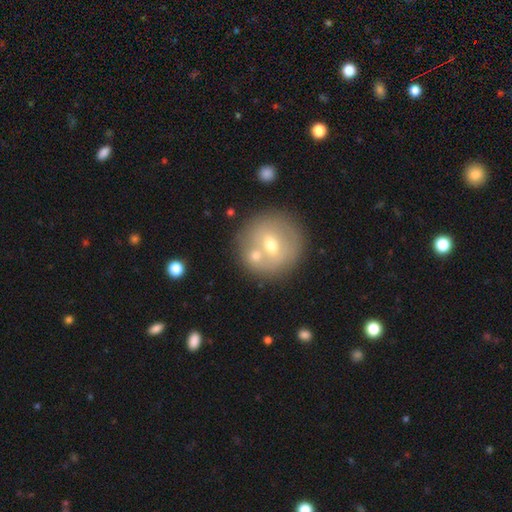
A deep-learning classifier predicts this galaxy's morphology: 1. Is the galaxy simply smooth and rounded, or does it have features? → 54% smooth, 36% featured or disk, 10% star or artifact.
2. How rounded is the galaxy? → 90% round, 9% in between, 1% cigar-shaped.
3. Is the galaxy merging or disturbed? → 61% none, 24% merger, 10% minor disturbance, 4% major disturbance.